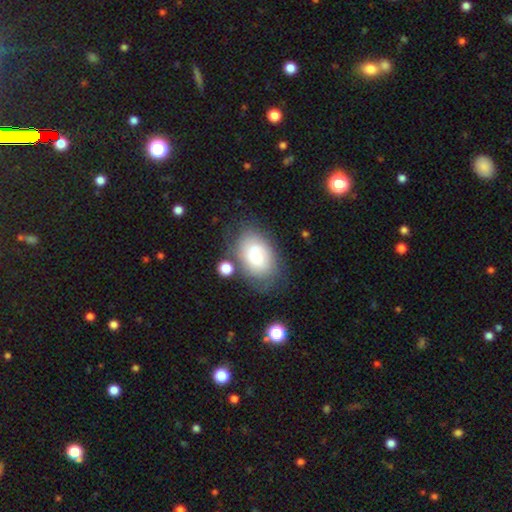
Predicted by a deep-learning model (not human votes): Smooth or featured? smooth (67%)
How rounded? in between (86%)
Merging? none (53%)